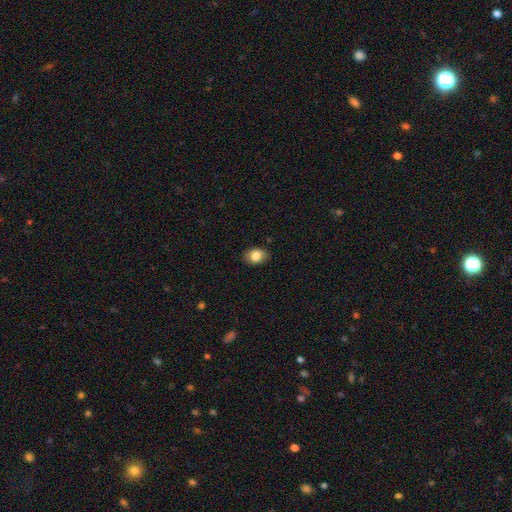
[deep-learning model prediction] Morphology: type=smooth (84%); roundness=in between (75%); merging=none (85%).